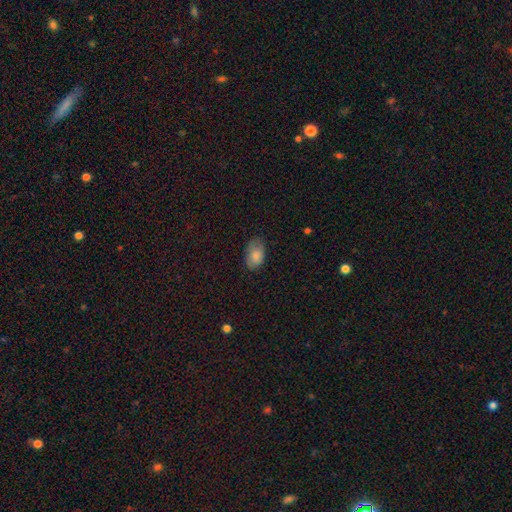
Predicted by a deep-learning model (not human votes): Q: Smooth or featured?
A: smooth (82%); runner-up: featured or disk (10%)
Q: How rounded?
A: in between (89%); runner-up: round (9%)
Q: Merging?
A: none (68%); runner-up: minor disturbance (25%)